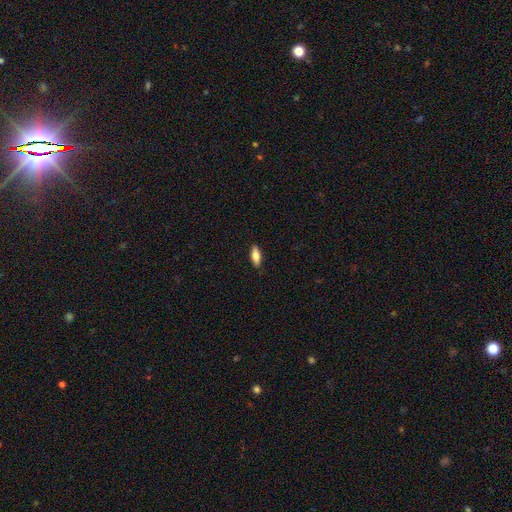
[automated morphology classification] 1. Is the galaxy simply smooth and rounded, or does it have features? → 76% smooth, 17% featured or disk, 6% star or artifact.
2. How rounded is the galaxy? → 71% in between, 27% cigar-shaped, 2% round.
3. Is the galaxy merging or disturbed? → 88% none, 9% minor disturbance, 2% major disturbance, 1% merger.